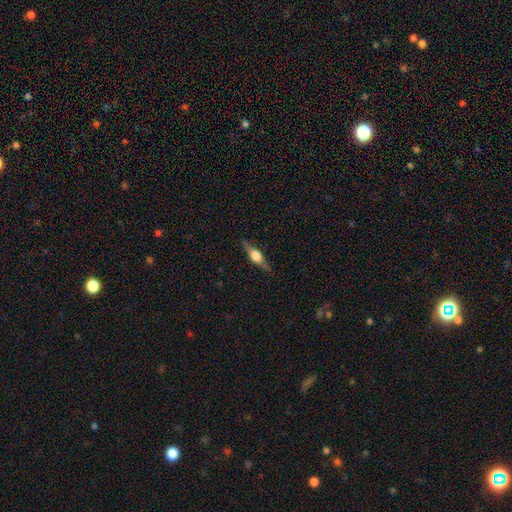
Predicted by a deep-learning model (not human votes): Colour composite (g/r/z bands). It shows a featured or disk galaxy (73%) viewed edge-on (97%) with a rounded central bulge (91%). Merging: none (87%).